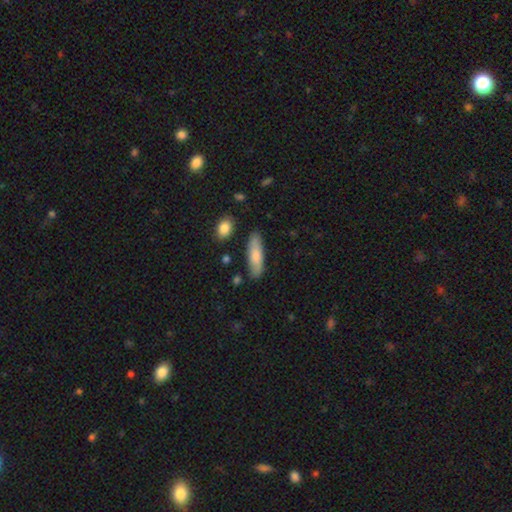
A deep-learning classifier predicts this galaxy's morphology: Smooth or featured?
  - smooth: 79% *
  - featured or disk: 16%
  - star or artifact: 6%
How rounded?
  - cigar-shaped: 53% *
  - in between: 45%
  - round: 2%
Merging?
  - none: 82% *
  - minor disturbance: 13%
  - major disturbance: 2%
  - merger: 2%